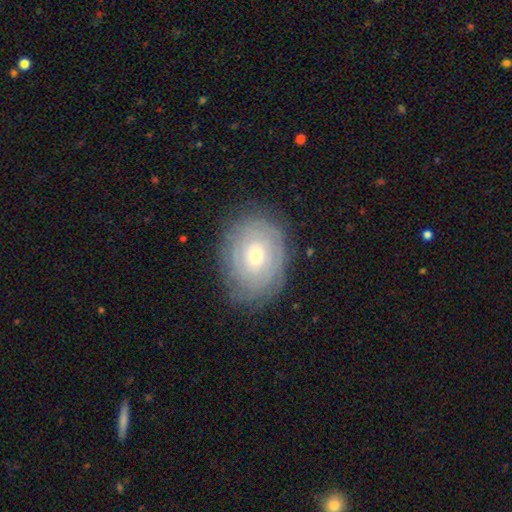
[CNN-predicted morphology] A featured or disk galaxy (69%) with no bar (76%), tight (82%) spiral arms (85%) and a small central bulge (56%). Merging: none (79%).